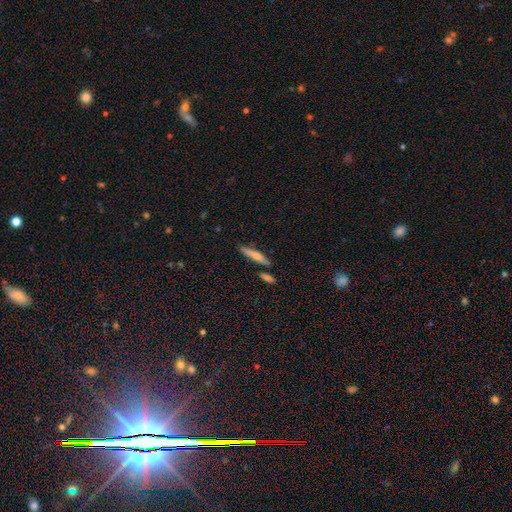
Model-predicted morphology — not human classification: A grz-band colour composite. It shows a smooth galaxy with no disk features (64%) that is cigar-shaped (86%). Merging: none (78%).